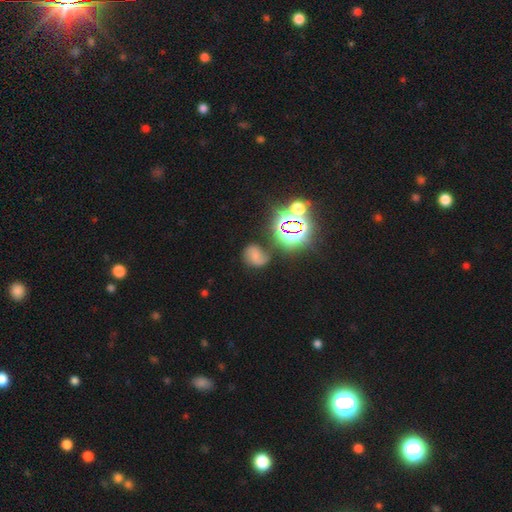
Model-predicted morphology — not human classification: Overall: smooth (40%; featured or disk 34%). Merging: none (60%; minor disturbance 21%).